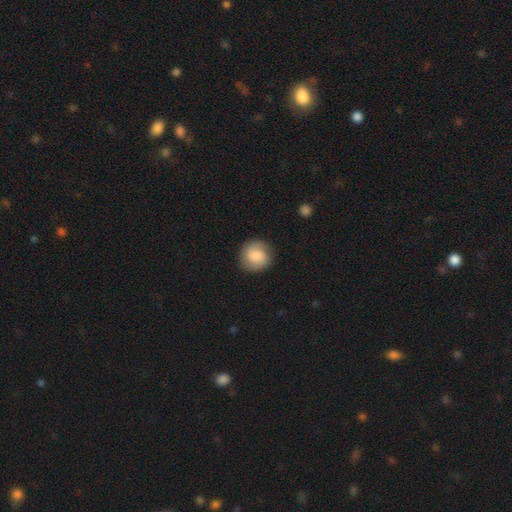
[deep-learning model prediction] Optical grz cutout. It shows a smooth galaxy with no disk features (70%) that is round (89%). Merging: none (86%).